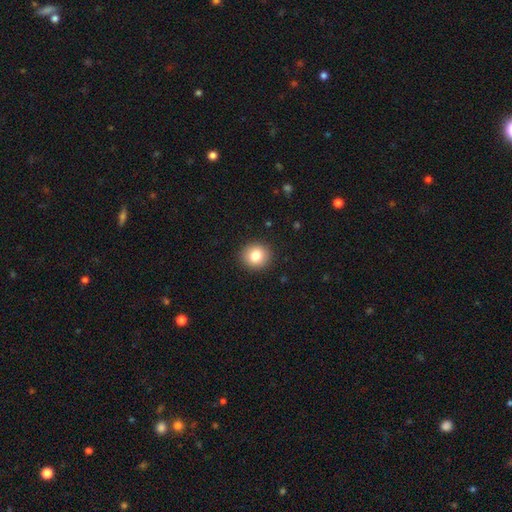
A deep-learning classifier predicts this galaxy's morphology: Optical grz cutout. It shows a smooth galaxy with no disk features (82%) that is round (91%). Merging: none (92%).